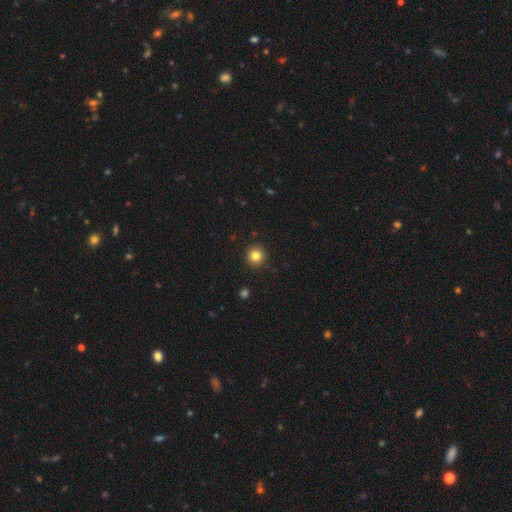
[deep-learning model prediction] Smooth or featured: smooth — 82% (star or artifact — 12%)
How rounded: round — 95% (in between — 4%)
Merging: none — 93% (minor disturbance — 5%)